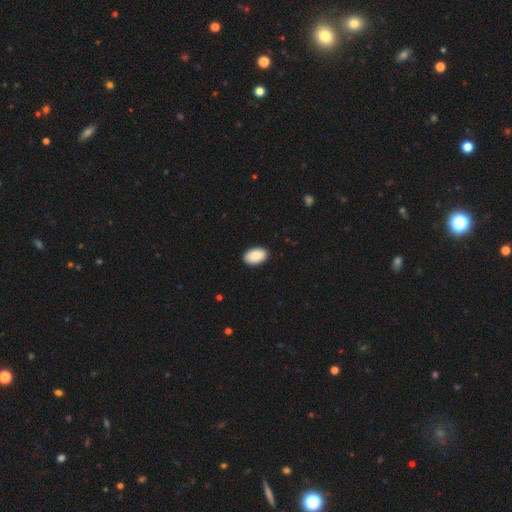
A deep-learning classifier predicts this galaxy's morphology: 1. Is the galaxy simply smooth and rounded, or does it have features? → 87% smooth, 6% featured or disk, 6% star or artifact.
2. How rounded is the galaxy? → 94% in between, 5% round, 1% cigar-shaped.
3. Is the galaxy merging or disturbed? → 90% none, 7% minor disturbance, 2% major disturbance, 1% merger.